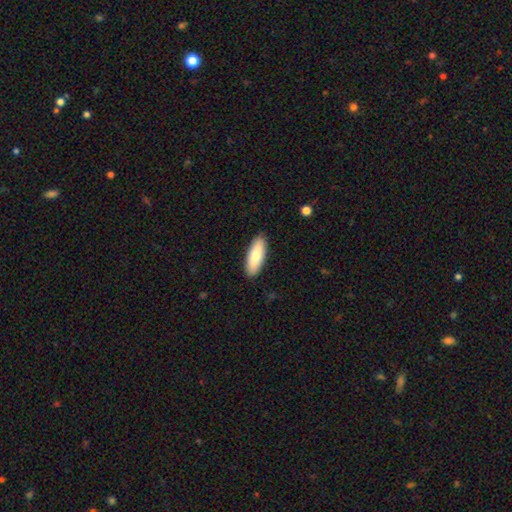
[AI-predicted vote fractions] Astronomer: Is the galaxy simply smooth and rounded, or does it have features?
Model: smooth — 77%.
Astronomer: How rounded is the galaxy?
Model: in between — 67%.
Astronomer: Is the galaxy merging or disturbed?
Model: none — 90%.